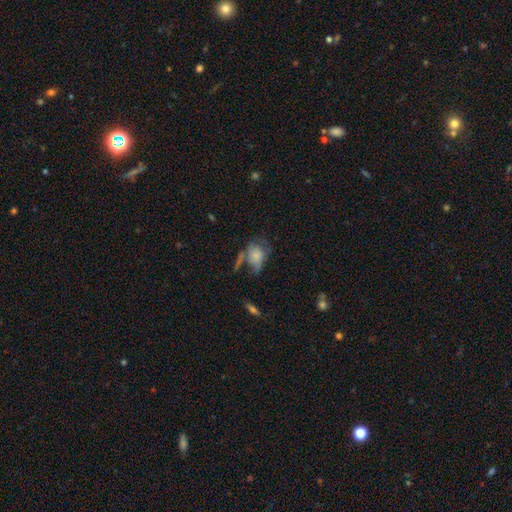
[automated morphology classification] smooth_or_featured: smooth (p=0.65) [alt: featured or disk p=0.25]
how_rounded: in between (p=0.65) [alt: round p=0.33]
merging: none (p=0.30) [tied with: major disturbance p=0.30]